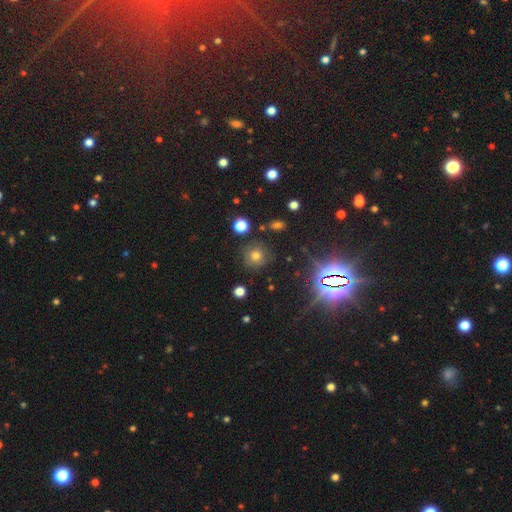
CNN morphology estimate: This appears to be a smooth galaxy with no disk features (62%) that is round (91%). Merging: none (82%).